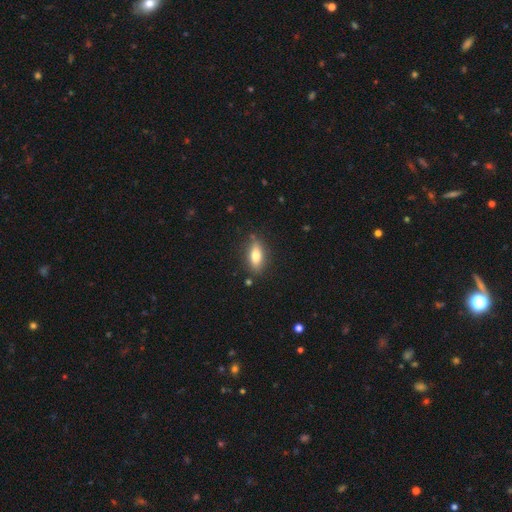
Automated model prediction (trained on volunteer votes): A smooth galaxy with no disk features (76%) that is in between round and cigar-shaped (80%). Merging: none (82%).